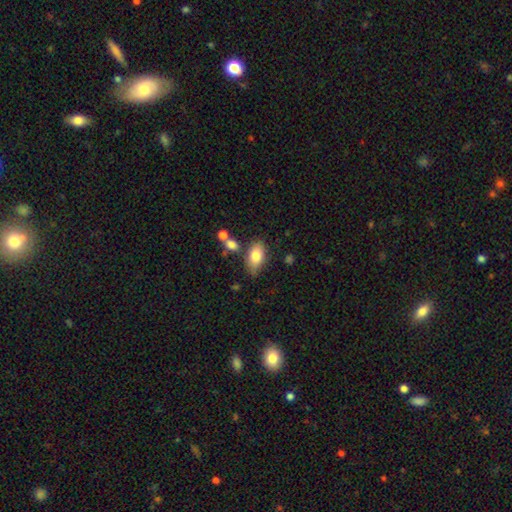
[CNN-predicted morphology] The model was most divided on "merging": none: 70%, minor disturbance: 16%, merger: 10%, major disturbance: 4%. More confident: how rounded — in between (91%); smooth or featured — smooth (80%).